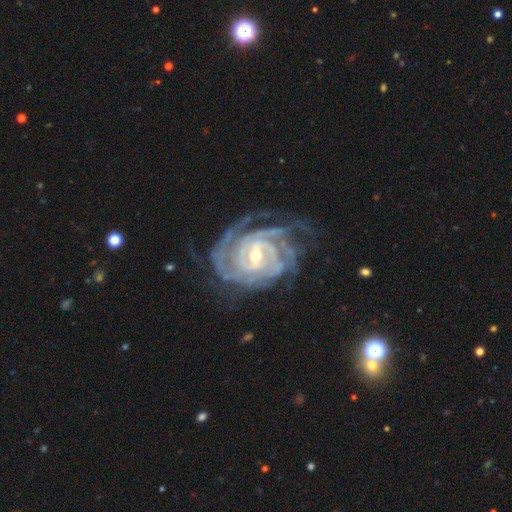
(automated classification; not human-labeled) Overall: featured or disk (93%). Edge-on disk: no (98%). Bar: weak (49%; no 26%). Spiral arms: yes (98%). Spiral arm count: 3 (26%; can't tell 20%). Spiral winding: tight (74%). Bulge size: small (51%; moderate 46%). Merging: none (64%).